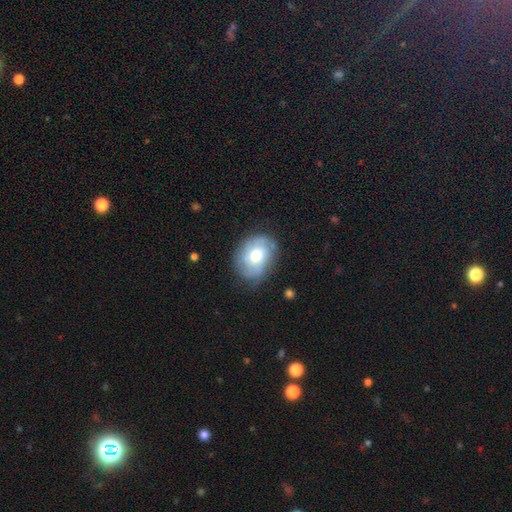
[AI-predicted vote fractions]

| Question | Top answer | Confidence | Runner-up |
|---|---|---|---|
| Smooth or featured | featured or disk | 62% | smooth (31%) |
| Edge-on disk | no | 96% | yes (4%) |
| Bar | no | 75% | weak (21%) |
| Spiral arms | yes | 84% | no (16%) |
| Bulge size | moderate | 68% | large (21%) |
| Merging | none | 71% | minor disturbance (20%) |